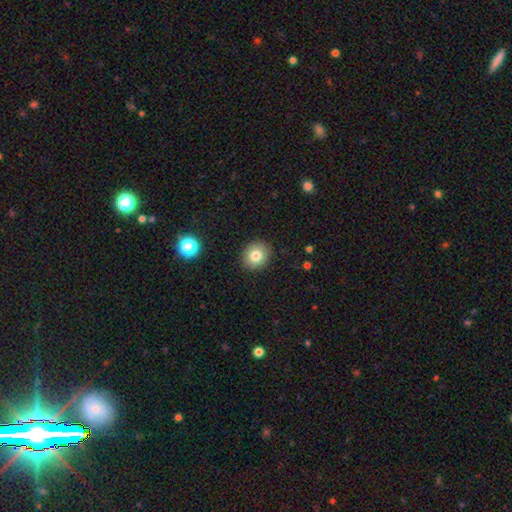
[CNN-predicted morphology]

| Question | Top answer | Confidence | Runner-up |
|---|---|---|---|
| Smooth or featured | smooth | 80% | star or artifact (11%) |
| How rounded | round | 77% | in between (22%) |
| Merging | none | 90% | minor disturbance (7%) |